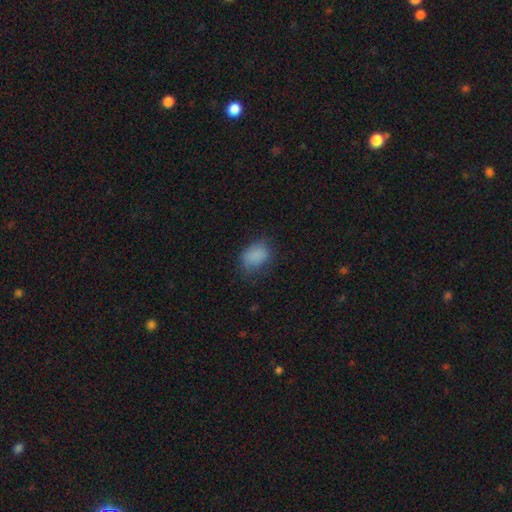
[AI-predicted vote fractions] smooth 83%, star or artifact 10%, featured or disk 7%. Down the decision tree: how rounded — in between (73%); merging — none (64%).